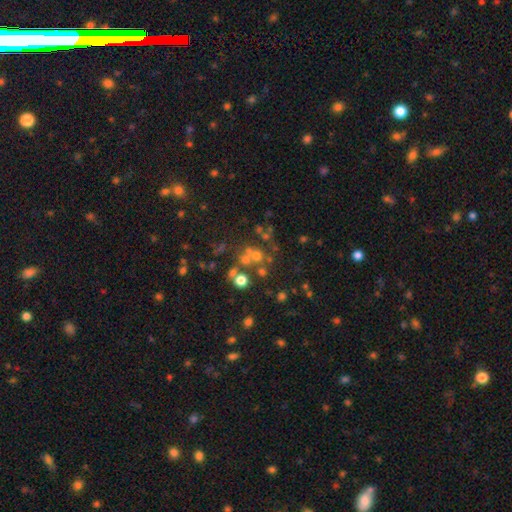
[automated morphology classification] Smooth or featured? smooth (44%)
Merging? none (53%)